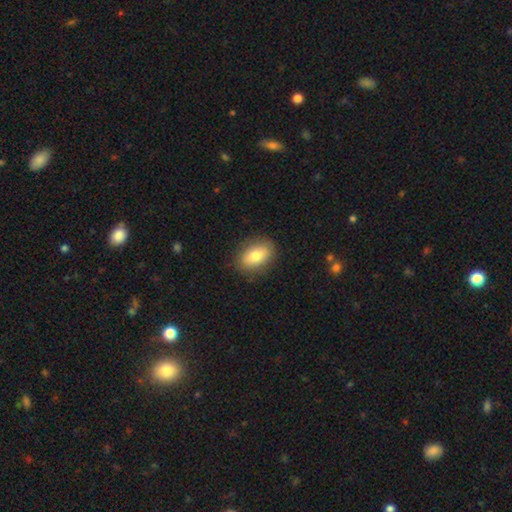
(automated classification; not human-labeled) smooth 78%, featured or disk 15%, star or artifact 7%. Down the decision tree: how rounded — in between (85%); merging — none (86%).